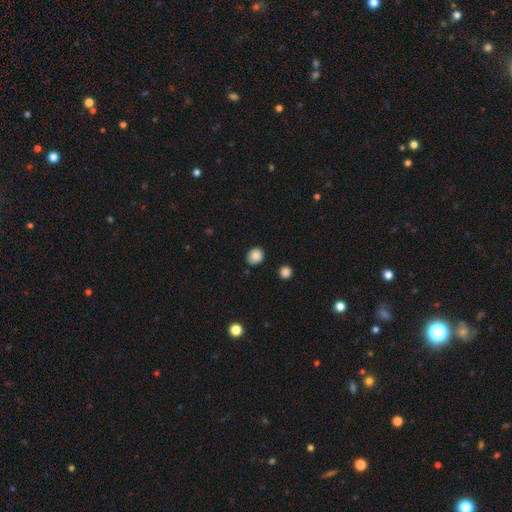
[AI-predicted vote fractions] smooth_or_featured: smooth (p=0.87) [alt: star or artifact p=0.09]
how_rounded: round (p=0.70) [alt: in between p=0.29]
merging: none (p=0.84) [alt: minor disturbance p=0.11]